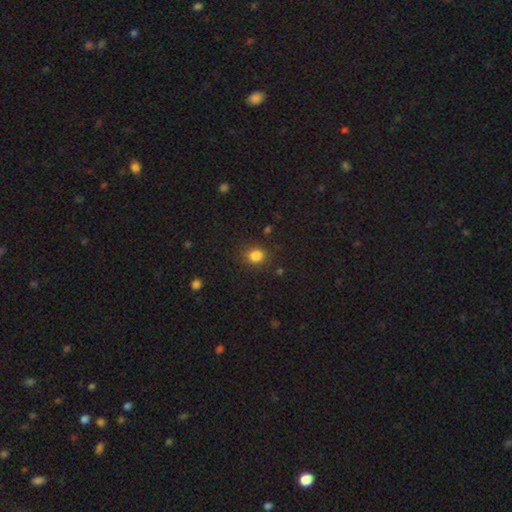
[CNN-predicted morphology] A smooth galaxy with no disk features (84%) that is round (75%).

Vote fractions:
- Smooth or featured? smooth: 84% / star or artifact: 11% / featured or disk: 4%
- How rounded? round: 75% / in between: 24% / cigar-shaped: 1%
- Merging? none: 84% / minor disturbance: 10% / major disturbance: 4% / merger: 2%